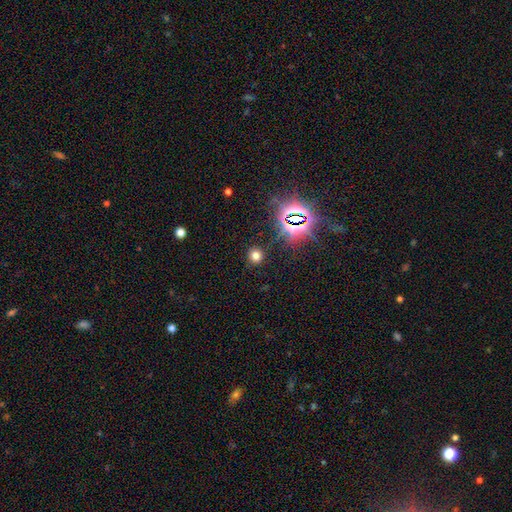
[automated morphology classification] Smooth or featured: smooth — 66% (star or artifact — 27%)
How rounded: round — 89% (in between — 10%)
Merging: none — 89% (minor disturbance — 7%)